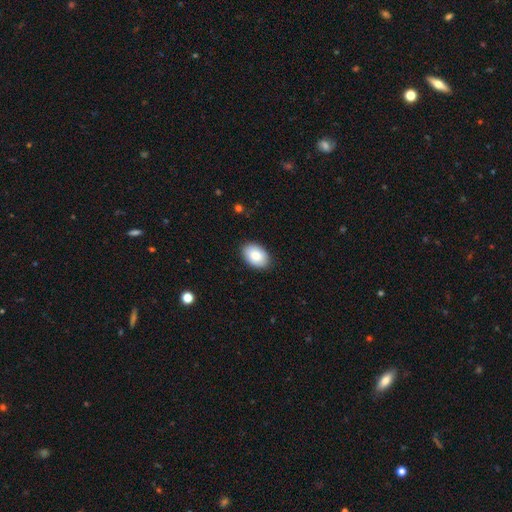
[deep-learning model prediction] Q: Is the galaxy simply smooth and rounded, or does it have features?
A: smooth — 85%.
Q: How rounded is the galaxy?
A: in between — 87%.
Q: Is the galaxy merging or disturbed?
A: none — 88%.